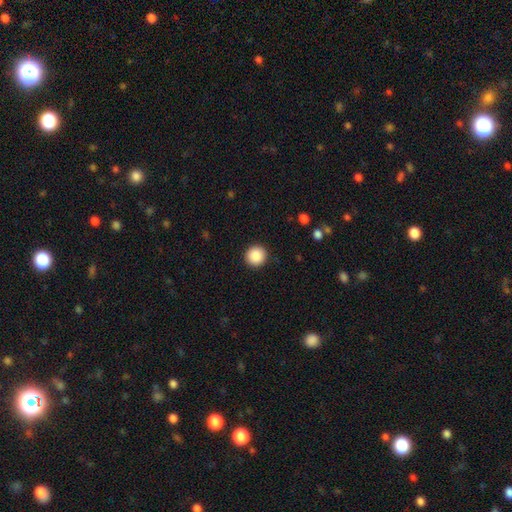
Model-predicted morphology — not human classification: Overall: smooth (89%). How rounded: round (94%). Merging: none (93%).